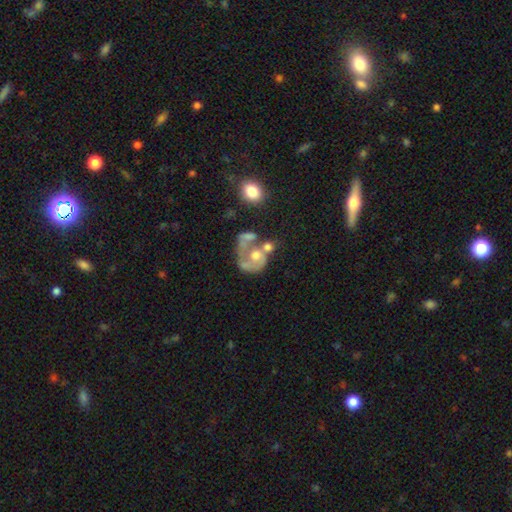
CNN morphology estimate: Q: Smooth or featured?
A: featured or disk (63%); runner-up: smooth (29%)
Q: Edge-on disk?
A: no (98%); runner-up: yes (2%)
Q: Bar?
A: no (85%); runner-up: weak (12%)
Q: Spiral arms?
A: no (57%); runner-up: yes (43%)
Q: Bulge size?
A: moderate (56%); runner-up: small (17%)
Q: Merging?
A: merger (36%); runner-up: major disturbance (29%)